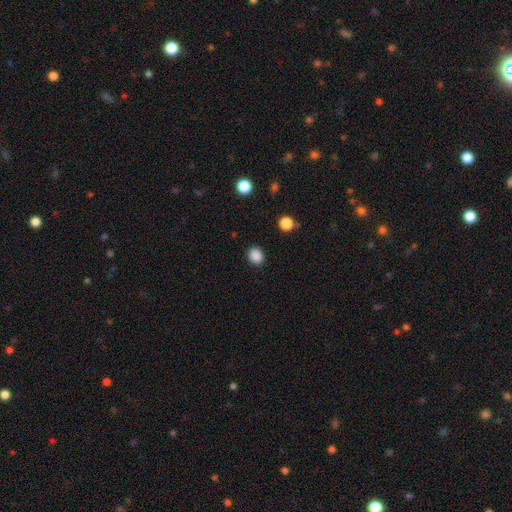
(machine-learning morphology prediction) Q: Smooth or featured?
A: smooth (87%); runner-up: star or artifact (11%)
Q: How rounded?
A: round (61%); runner-up: in between (38%)
Q: Merging?
A: none (89%); runner-up: minor disturbance (8%)